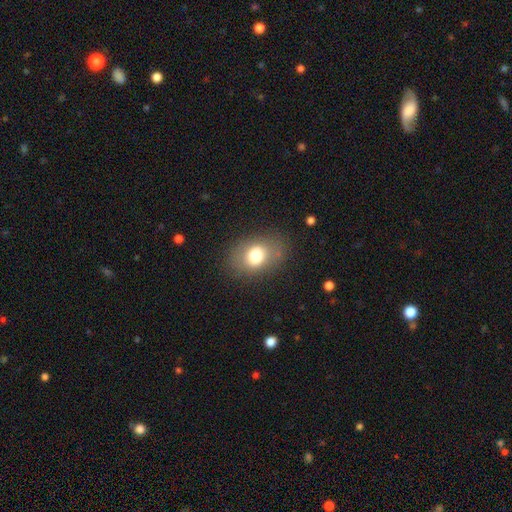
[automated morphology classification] Smooth or featured? Predicted: smooth (p=0.74). How rounded? Predicted: in between (p=0.69). Merging? Predicted: none (p=0.79).